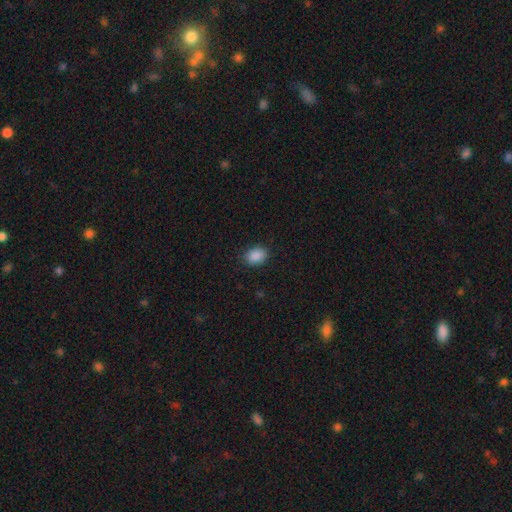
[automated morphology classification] Smooth or featured?
  - smooth: 89% *
  - star or artifact: 9%
  - featured or disk: 3%
How rounded?
  - in between: 64% *
  - round: 35%
  - cigar-shaped: 1%
Merging?
  - none: 87% *
  - minor disturbance: 10%
  - major disturbance: 3%
  - merger: 1%